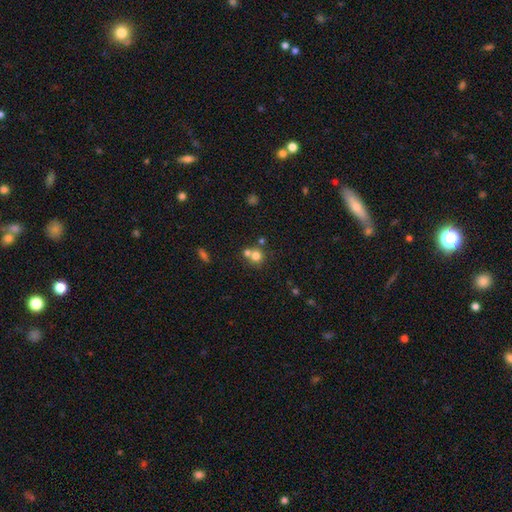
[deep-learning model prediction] The model was most divided on "merging" (2-way tie): none: 45%, merger: 45%, minor disturbance: 7%, major disturbance: 3%. More confident: how rounded — round (87%); smooth or featured — smooth (73%).